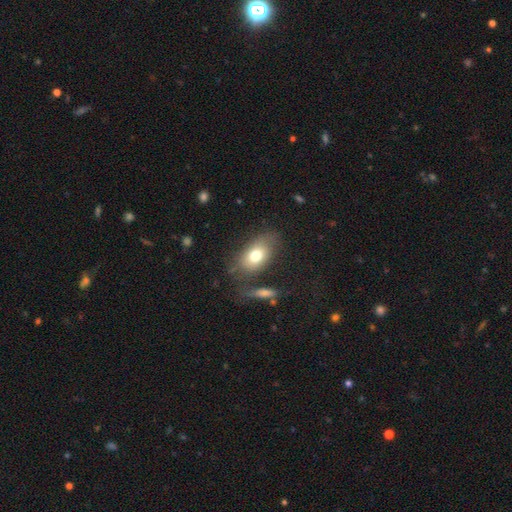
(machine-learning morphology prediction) smooth_or_featured: smooth (p=0.73) [alt: featured or disk p=0.18]
how_rounded: in between (p=0.86) [alt: round p=0.12]
merging: none (p=0.65) [alt: minor disturbance p=0.19]